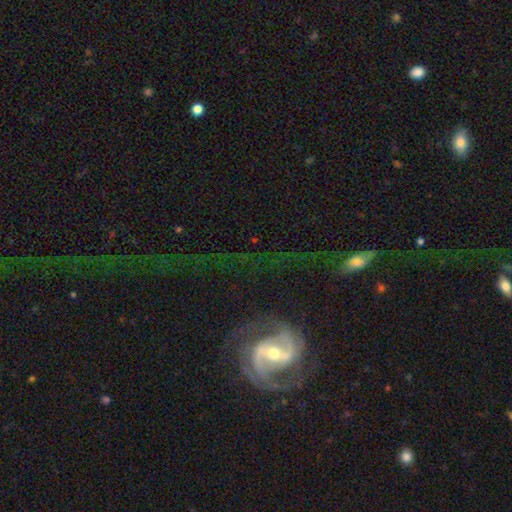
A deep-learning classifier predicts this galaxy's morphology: Q: Smooth or featured?
A: featured or disk (79%); runner-up: star or artifact (11%)
Q: Edge-on disk?
A: no (95%); runner-up: yes (5%)
Q: Bar?
A: weak (42%); runner-up: strong (30%)
Q: Spiral arms?
A: yes (93%); runner-up: no (7%)
Q: Spiral winding?
A: medium (45%); runner-up: loose (28%)
Q: Spiral arm count?
A: 2 (83%); runner-up: can't tell (7%)
Q: Bulge size?
A: moderate (48%); runner-up: small (45%)
Q: Merging?
A: none (59%); runner-up: major disturbance (22%)